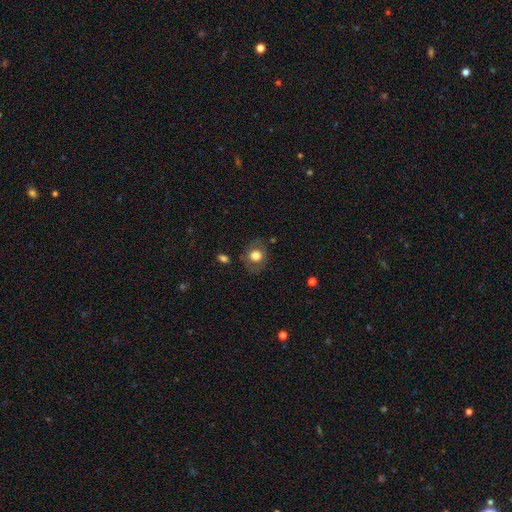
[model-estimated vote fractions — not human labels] Morphology: type=smooth (66%); roundness=round (67%); merging=none (75%).